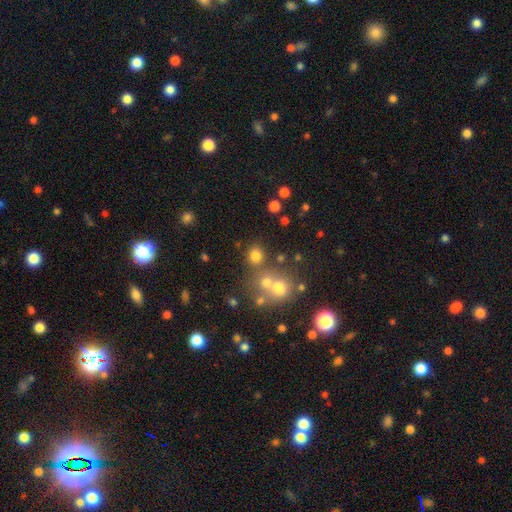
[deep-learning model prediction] The model was most divided on "merging": none: 69%, merger: 18%, minor disturbance: 9%, major disturbance: 4%. More confident: how rounded — round (81%); smooth or featured — smooth (74%).